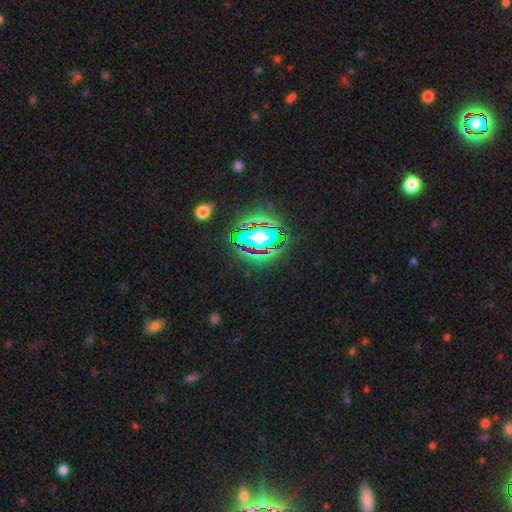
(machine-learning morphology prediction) A star or artifact, not a galaxy (83%).